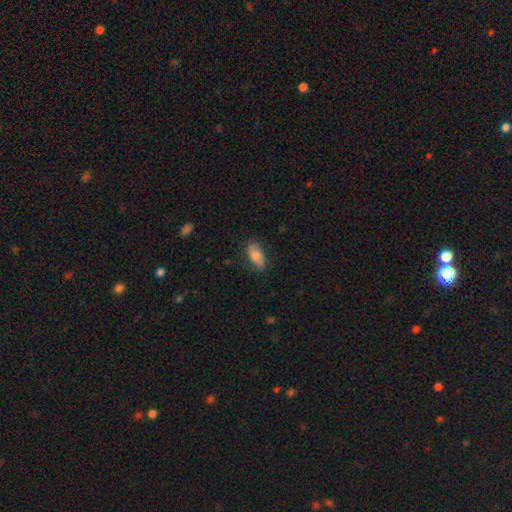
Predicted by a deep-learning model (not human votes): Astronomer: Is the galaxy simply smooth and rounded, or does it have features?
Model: smooth — 77%.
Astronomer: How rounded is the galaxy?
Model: in between — 86%.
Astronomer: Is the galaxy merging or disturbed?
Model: none — 79%.